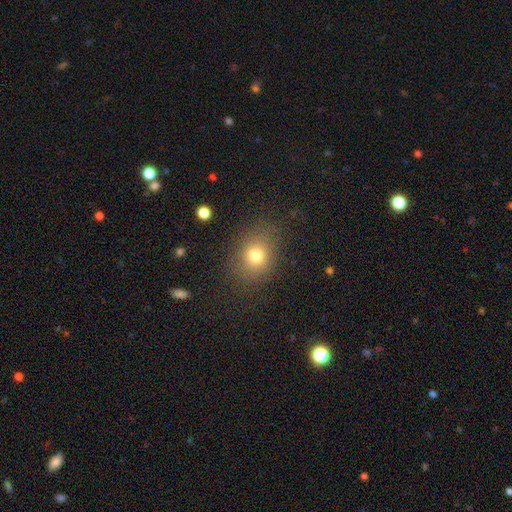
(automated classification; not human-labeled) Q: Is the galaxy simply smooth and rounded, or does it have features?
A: smooth — 76%.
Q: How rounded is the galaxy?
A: round — 55%.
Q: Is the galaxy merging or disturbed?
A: none — 80%.